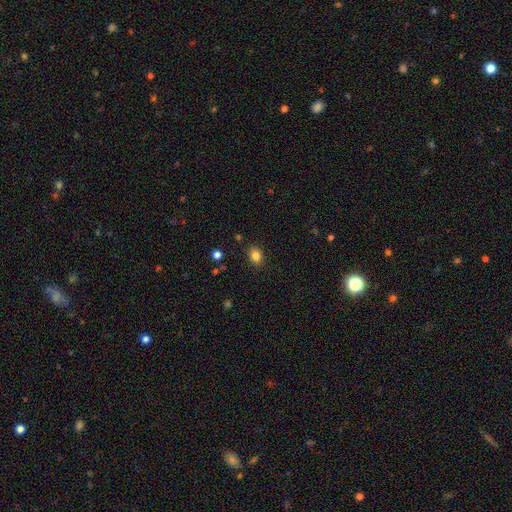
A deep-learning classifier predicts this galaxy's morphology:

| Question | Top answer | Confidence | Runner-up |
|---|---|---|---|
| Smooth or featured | smooth | 83% | star or artifact (11%) |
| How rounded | in between | 62% | round (37%) |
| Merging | none | 87% | minor disturbance (9%) |